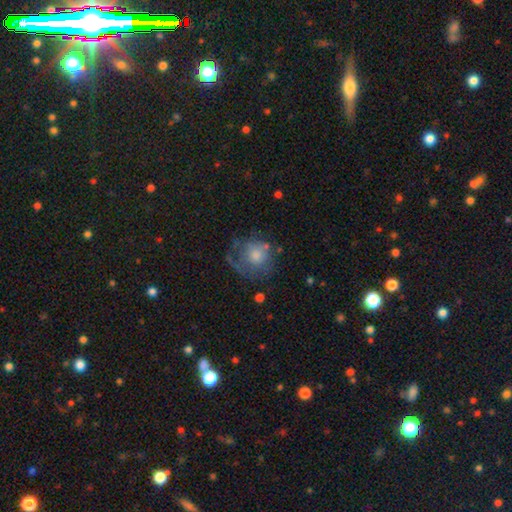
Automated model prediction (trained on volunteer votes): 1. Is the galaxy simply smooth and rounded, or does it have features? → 54% smooth, 35% featured or disk, 11% star or artifact.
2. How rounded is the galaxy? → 83% round, 16% in between, 1% cigar-shaped.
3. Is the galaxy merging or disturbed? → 52% none, 23% minor disturbance, 22% major disturbance, 4% merger.